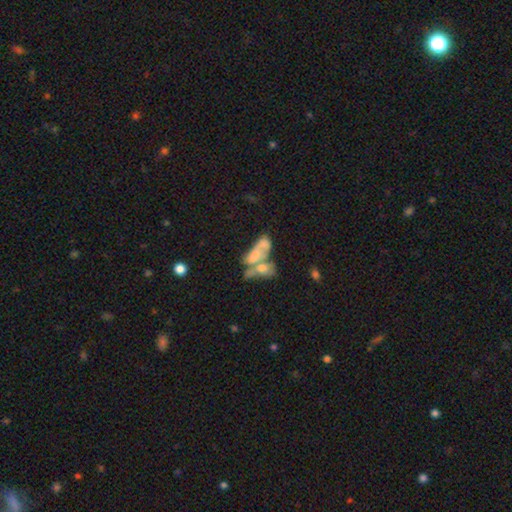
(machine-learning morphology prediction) This is possibly a smooth galaxy (53%). How rounded: likely in between (79%). Merging: likely merger (66%).